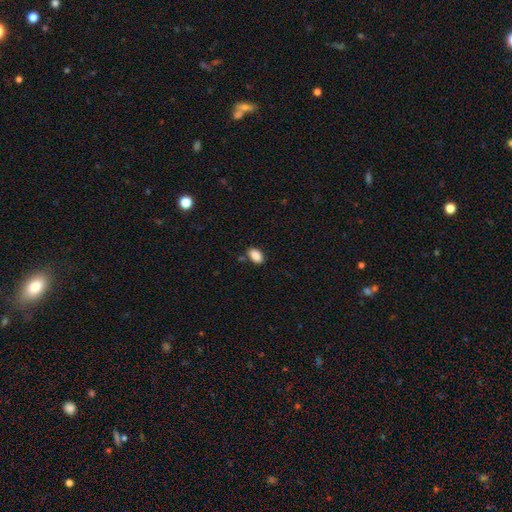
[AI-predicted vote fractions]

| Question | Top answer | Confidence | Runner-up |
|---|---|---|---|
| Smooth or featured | smooth | 89% | star or artifact (8%) |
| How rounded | in between | 90% | round (8%) |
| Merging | none | 80% | minor disturbance (13%) |